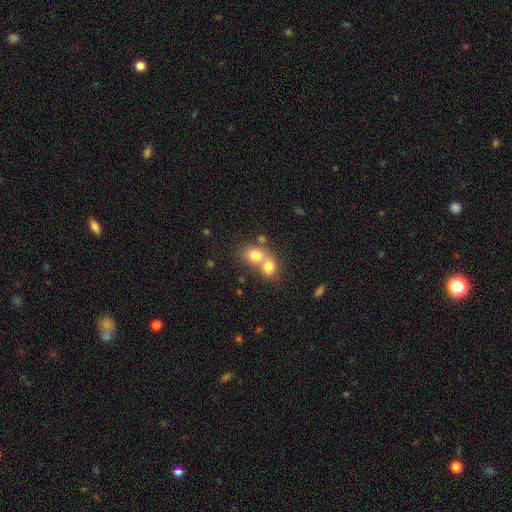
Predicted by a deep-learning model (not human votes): Overall: smooth (76%). How rounded: round (65%; in between 34%). Merging: merger (65%; none 28%).